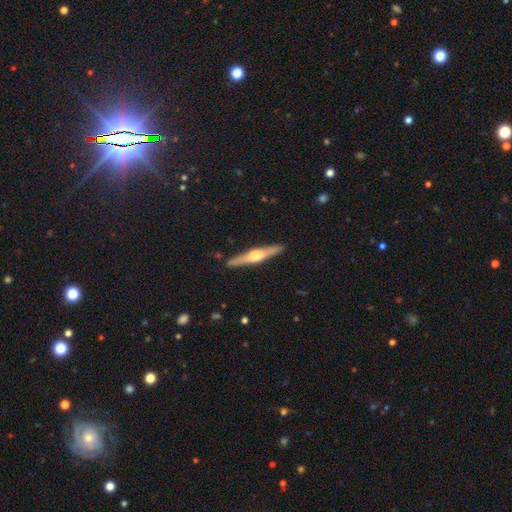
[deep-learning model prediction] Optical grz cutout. It shows a featured or disk galaxy (73%) viewed edge-on (98%) with a rounded central bulge (91%). Merging: none (90%).